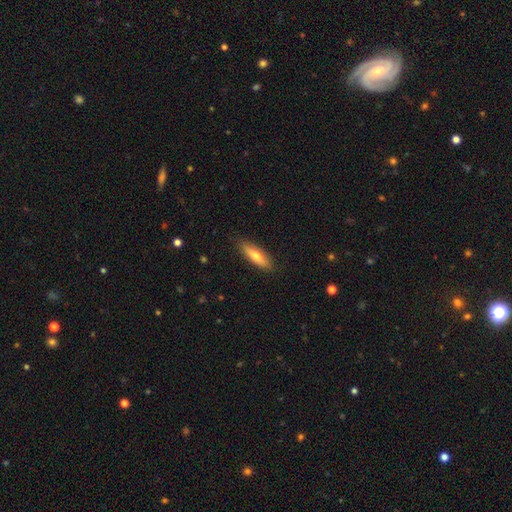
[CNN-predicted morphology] type=smooth (64%); roundness=cigar-shaped (61%); merging=none (87%).